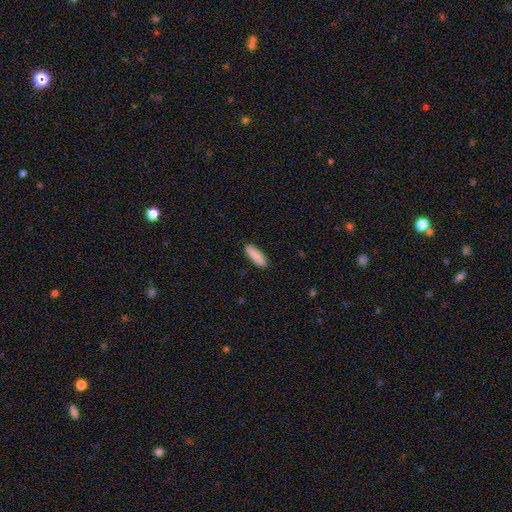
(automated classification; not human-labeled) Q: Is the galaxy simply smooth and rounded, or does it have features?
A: smooth — 87%.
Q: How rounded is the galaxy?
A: in between — 51%.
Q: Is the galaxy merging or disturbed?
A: none — 89%.